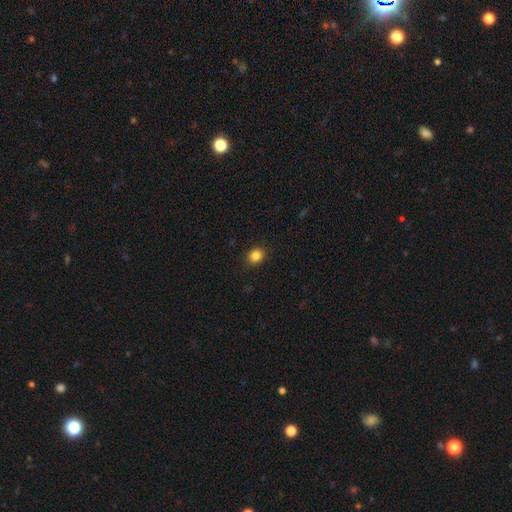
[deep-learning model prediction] Q: Smooth or featured?
A: smooth (85%); runner-up: star or artifact (11%)
Q: How rounded?
A: round (70%); runner-up: in between (30%)
Q: Merging?
A: none (90%); runner-up: minor disturbance (7%)